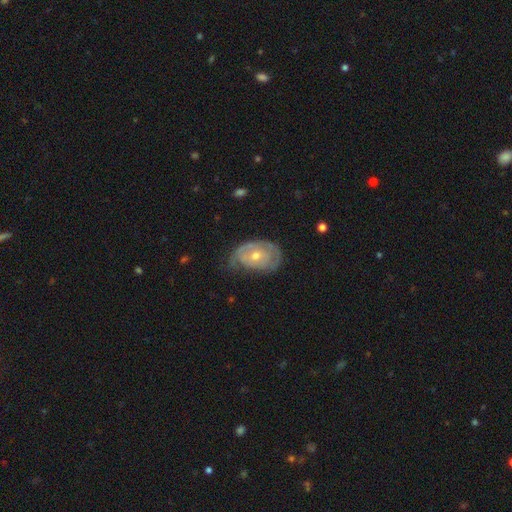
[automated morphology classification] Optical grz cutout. It shows a featured or disk galaxy (71%) with no bar (77%), spiral arms (72%) and a moderate central bulge (53%). Merging: none (57%).